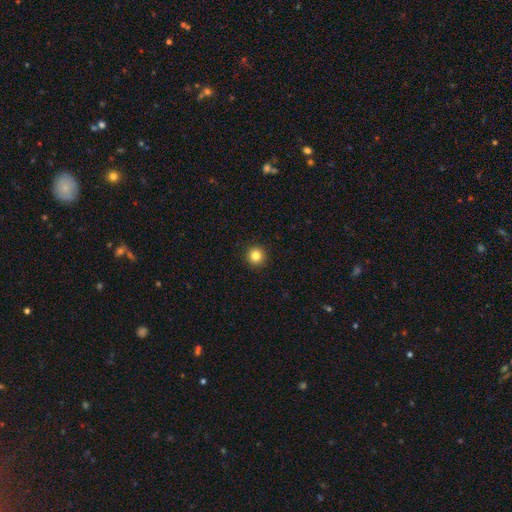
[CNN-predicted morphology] Overall: smooth (83%). How rounded: round (96%). Merging: none (94%).